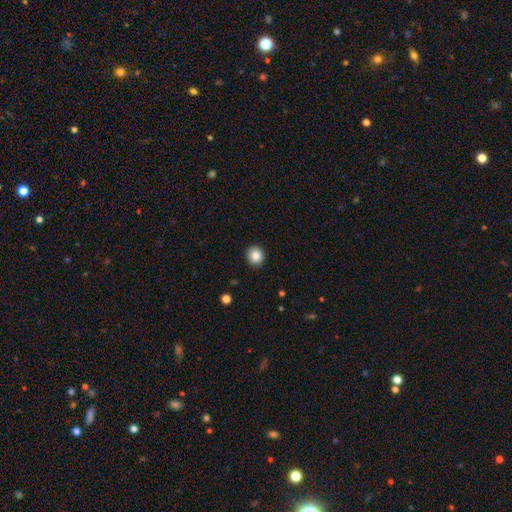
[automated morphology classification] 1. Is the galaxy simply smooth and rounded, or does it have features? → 86% smooth, 9% star or artifact, 5% featured or disk.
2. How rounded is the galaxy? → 85% round, 14% in between, 1% cigar-shaped.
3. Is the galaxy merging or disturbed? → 92% none, 6% minor disturbance, 2% major disturbance, 1% merger.